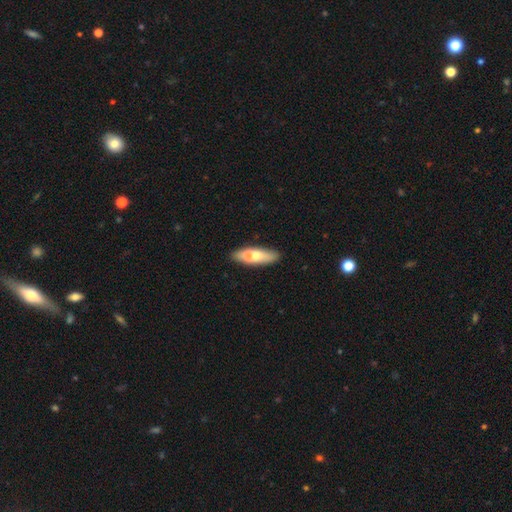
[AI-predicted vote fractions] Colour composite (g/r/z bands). It shows a smooth galaxy with no disk features (60%) that is cigar-shaped (50%). Merging: none (66%).